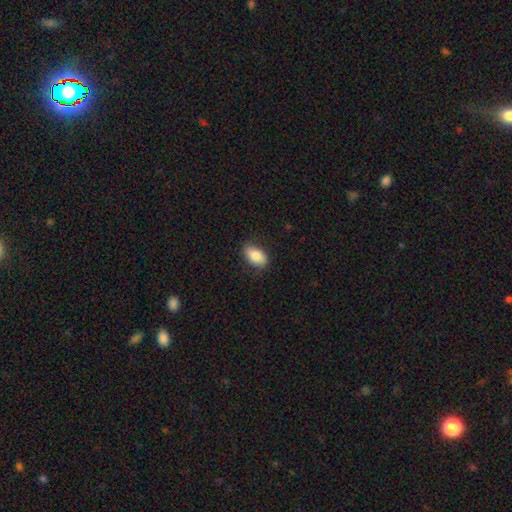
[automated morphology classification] smooth-or-featured: smooth: 83% | featured or disk: 10% | star or artifact: 7%
  how-rounded: in between: 91% | round: 7% | cigar-shaped: 2%
  merging: none: 82% | minor disturbance: 14% | major disturbance: 3% | merger: 1%